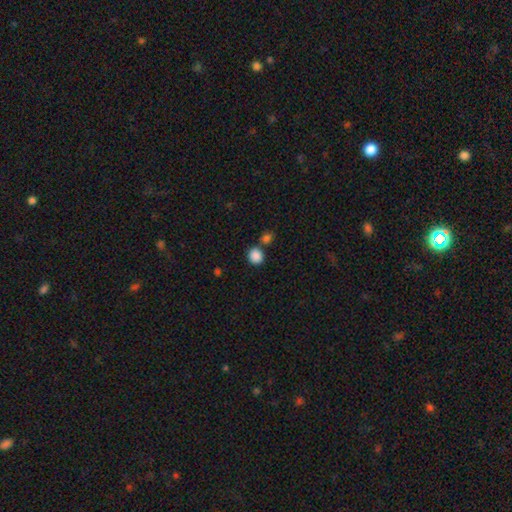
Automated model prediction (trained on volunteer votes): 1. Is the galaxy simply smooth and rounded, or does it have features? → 88% smooth, 9% star or artifact, 3% featured or disk.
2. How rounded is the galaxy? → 81% round, 18% in between, 1% cigar-shaped.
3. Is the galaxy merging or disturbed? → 73% none, 15% merger, 9% minor disturbance, 3% major disturbance.